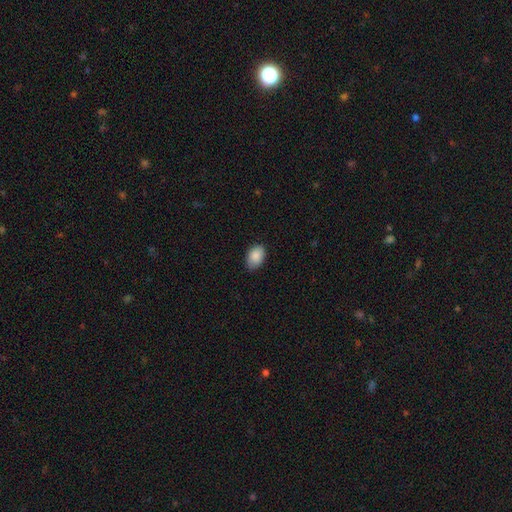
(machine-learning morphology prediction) The model was most divided on "merging": none: 79%, minor disturbance: 17%, major disturbance: 3%, merger: 1%. More confident: how rounded — in between (89%); smooth or featured — smooth (88%).